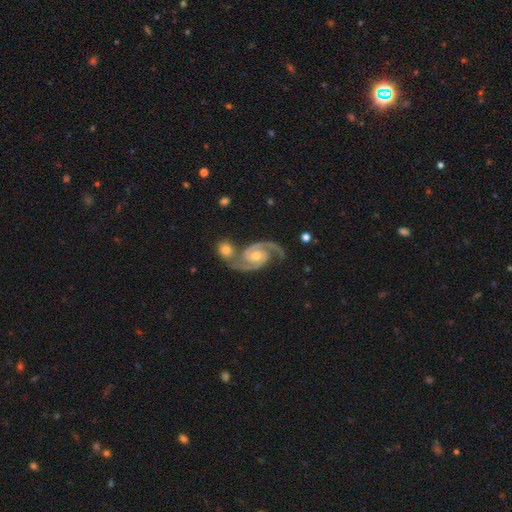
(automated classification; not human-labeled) Smooth or featured?
  - featured or disk: 93% *
  - star or artifact: 4%
  - smooth: 3%
Edge-on disk?
  - no: 98% *
  - yes: 2%
Bar?
  - no: 56% *
  - weak: 32%
  - strong: 12%
Spiral arms?
  - yes: 99% *
  - no: 1%
Spiral winding?
  - medium: 56% *
  - tight: 34%
  - loose: 10%
Spiral arm count?
  - 2: 94% *
  - can't tell: 1%
  - 3: 1%
  - 1: 1%
  - 4: 1%
  - more than 4: 1%
Bulge size?
  - moderate: 61% *
  - small: 34%
  - large: 3%
  - none: 2%
  - dominant: 1%
Merging?
  - none: 58% *
  - merger: 26%
  - minor disturbance: 12%
  - major disturbance: 5%